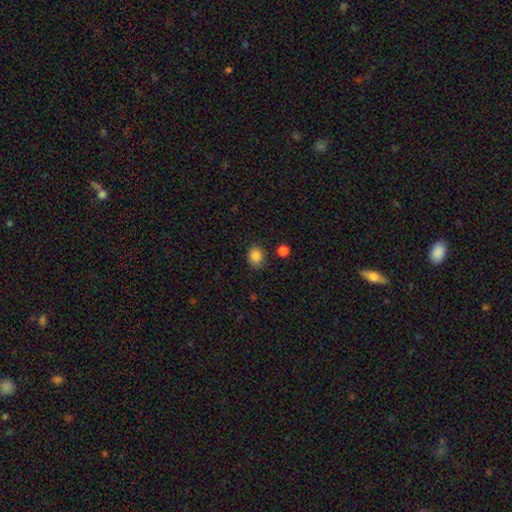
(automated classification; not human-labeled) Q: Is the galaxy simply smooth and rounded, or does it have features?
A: smooth — 86%.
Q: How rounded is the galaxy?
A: round — 59%.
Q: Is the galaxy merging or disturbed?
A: none — 80%.